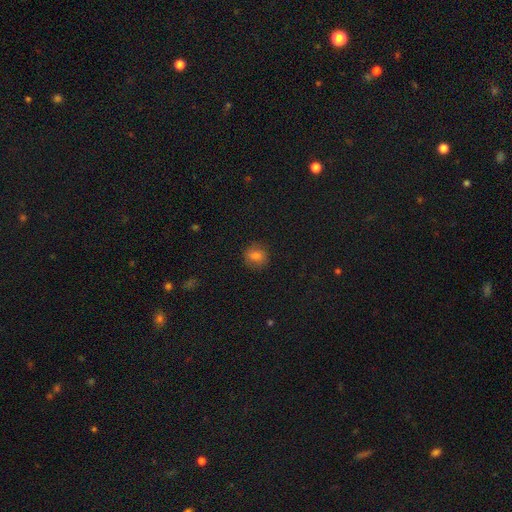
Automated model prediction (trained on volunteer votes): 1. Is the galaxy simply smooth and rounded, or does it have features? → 77% smooth, 14% star or artifact, 9% featured or disk.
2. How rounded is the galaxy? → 77% round, 22% in between, 1% cigar-shaped.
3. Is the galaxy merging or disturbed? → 85% none, 11% minor disturbance, 3% major disturbance, 1% merger.